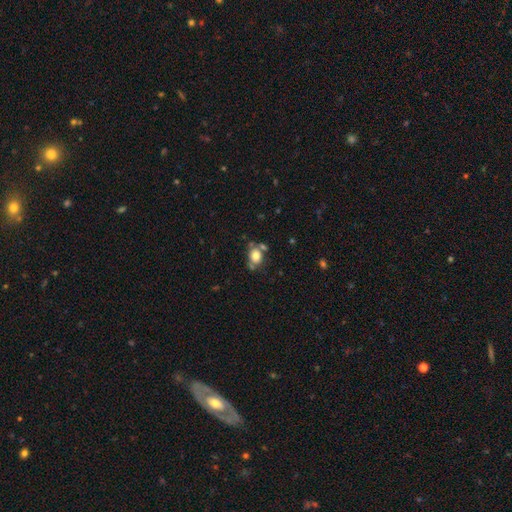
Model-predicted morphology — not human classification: The model was most divided on "how rounded": in between: 56%, round: 43%, cigar-shaped: 2%. More confident: smooth or featured — smooth (71%); merging — none (53%).